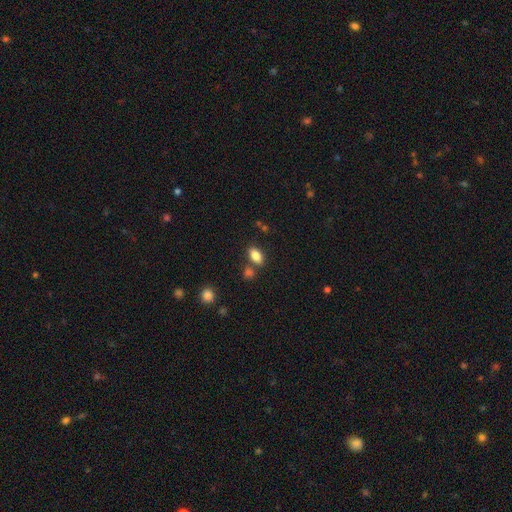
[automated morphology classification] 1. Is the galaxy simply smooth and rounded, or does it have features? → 83% smooth, 9% star or artifact, 8% featured or disk.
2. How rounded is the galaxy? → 89% in between, 7% round, 4% cigar-shaped.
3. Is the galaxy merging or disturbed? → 73% none, 13% merger, 11% minor disturbance, 3% major disturbance.